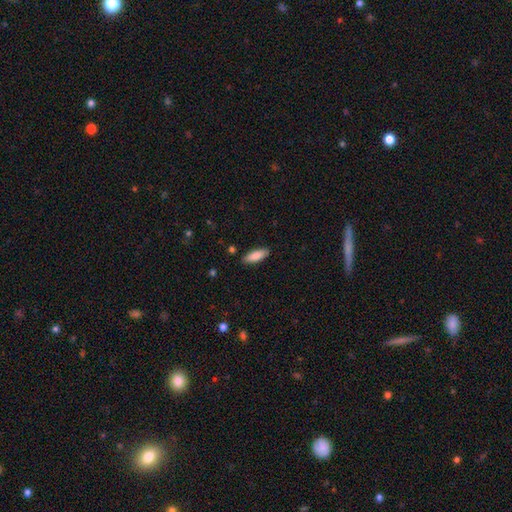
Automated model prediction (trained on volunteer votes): The model was most divided on "how rounded": in between: 66%, cigar-shaped: 33%, round: 2%. More confident: merging — none (87%); smooth or featured — smooth (86%).